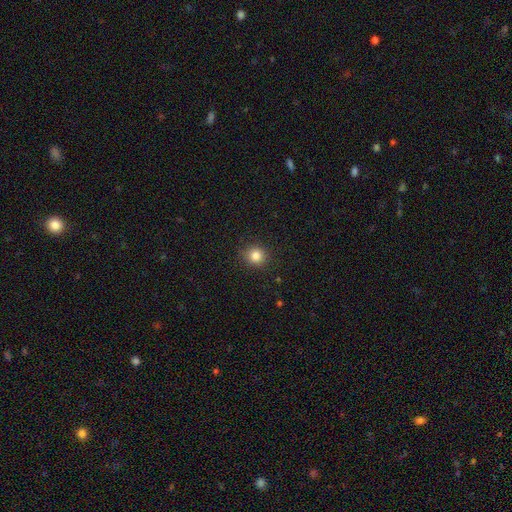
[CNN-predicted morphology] Q: Smooth or featured?
A: smooth (84%); runner-up: star or artifact (12%)
Q: How rounded?
A: round (87%); runner-up: in between (12%)
Q: Merging?
A: none (89%); runner-up: minor disturbance (8%)